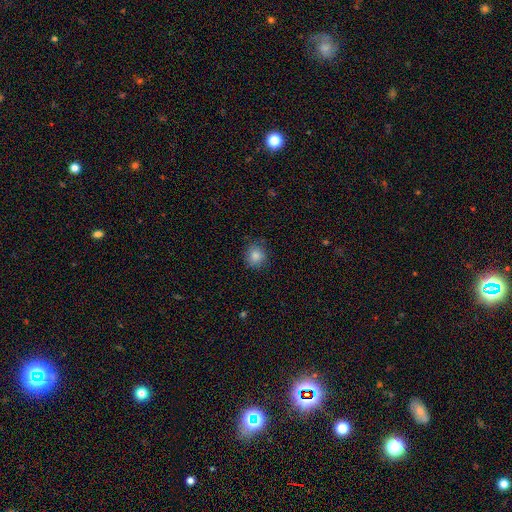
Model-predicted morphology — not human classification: Q: Smooth or featured?
A: smooth (84%); runner-up: star or artifact (10%)
Q: How rounded?
A: round (83%); runner-up: in between (16%)
Q: Merging?
A: none (81%); runner-up: minor disturbance (14%)